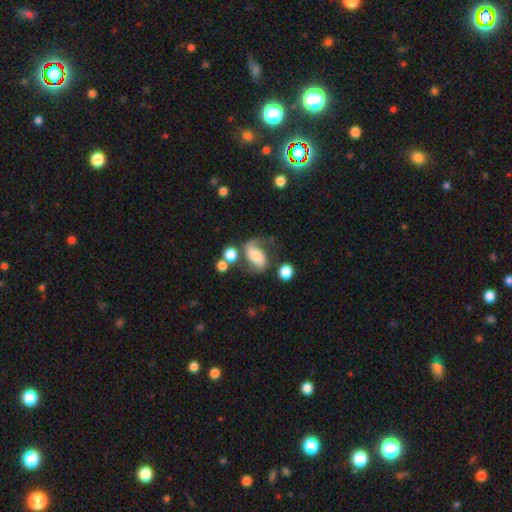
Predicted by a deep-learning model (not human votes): A featured or disk galaxy (67%) with no bar (46%), 2 (83%) loose (59%) spiral arms (90%) and a moderate central bulge (59%).

Vote fractions:
- Smooth or featured? featured or disk: 67% / smooth: 25% / star or artifact: 9%
- Edge-on disk? no: 96% / yes: 4%
- Bar? no: 46% / weak: 33% / strong: 21%
- Spiral arms? yes: 90% / no: 10%
- Spiral winding? loose: 59% / medium: 32% / tight: 9%
- Spiral arm count? 2: 83% / 1: 10% / can't tell: 4% / 3: 1% / 4: 1% / more than 4: 1%
- Bulge size? moderate: 59% / small: 22% / large: 13% / none: 3% / dominant: 3%
- Merging? none: 51% / minor disturbance: 21% / major disturbance: 17% / merger: 11%